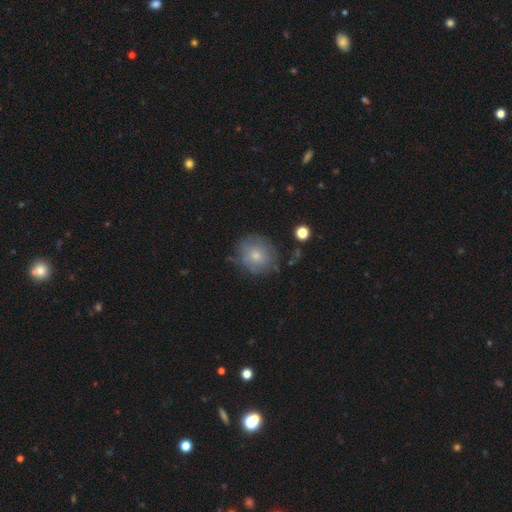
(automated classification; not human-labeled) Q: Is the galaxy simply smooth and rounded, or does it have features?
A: smooth — 63%.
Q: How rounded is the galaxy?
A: round — 81%.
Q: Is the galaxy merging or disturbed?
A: none — 65%.